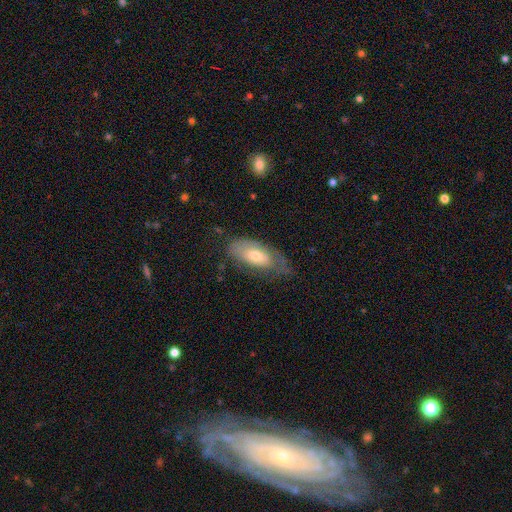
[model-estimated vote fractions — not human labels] The model was most divided on "smooth or featured": smooth: 47%, featured or disk: 45%, star or artifact: 8%. More confident: merging — none (53%).